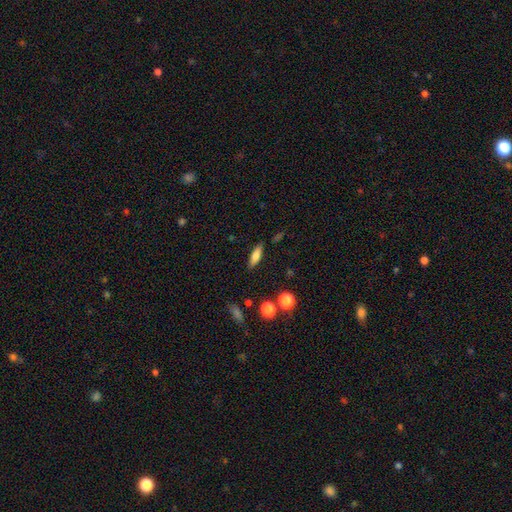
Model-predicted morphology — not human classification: Q: Smooth or featured?
A: smooth (70%); runner-up: featured or disk (21%)
Q: How rounded?
A: in between (52%); runner-up: cigar-shaped (44%)
Q: Merging?
A: none (84%); runner-up: minor disturbance (11%)